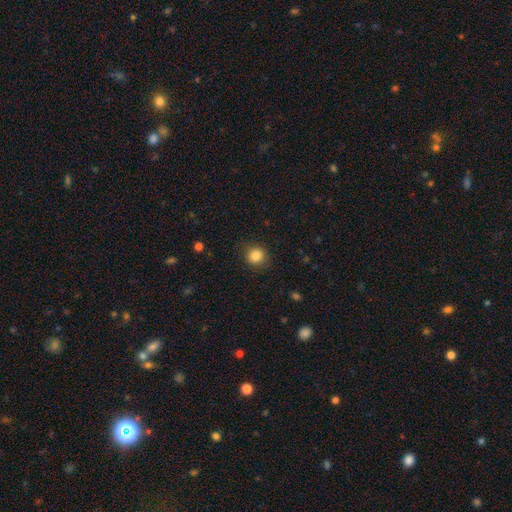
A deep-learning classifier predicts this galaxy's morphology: type=smooth (84%); roundness=round (88%); merging=none (88%).